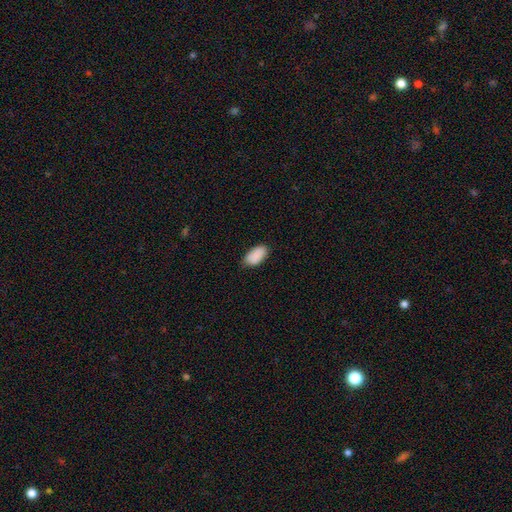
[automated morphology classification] Overall: smooth (89%). How rounded: in between (94%). Merging: none (78%).